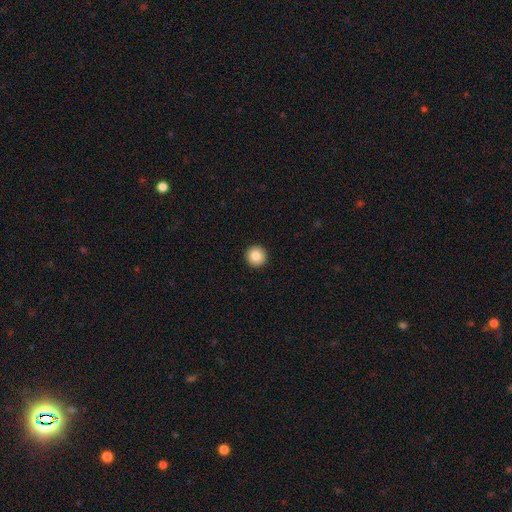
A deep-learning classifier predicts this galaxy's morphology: Q: Smooth or featured?
A: smooth (84%); runner-up: star or artifact (9%)
Q: How rounded?
A: round (96%); runner-up: in between (3%)
Q: Merging?
A: none (94%); runner-up: minor disturbance (4%)